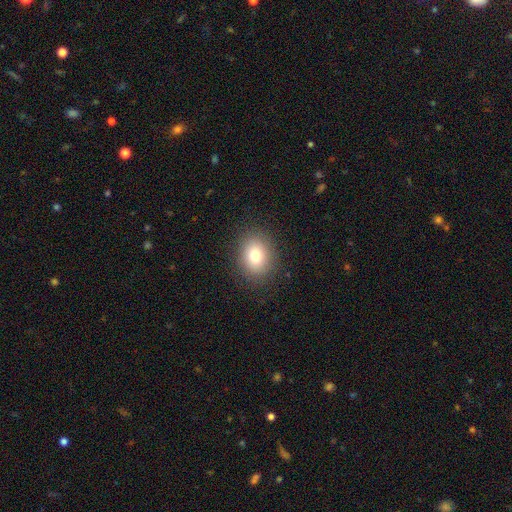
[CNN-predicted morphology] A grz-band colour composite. It shows a smooth galaxy with no disk features (78%) that is round (52%). Merging: none (87%).